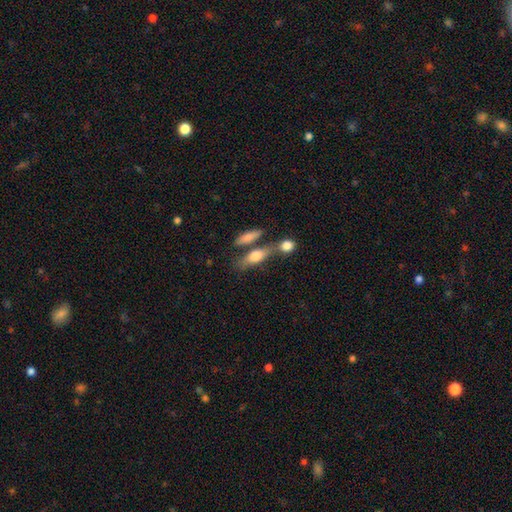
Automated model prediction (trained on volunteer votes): smooth_or_featured: smooth (p=0.68) [alt: featured or disk p=0.25]
how_rounded: in between (p=0.52) [alt: cigar-shaped p=0.41]
merging: none (p=0.50) [alt: merger p=0.31]